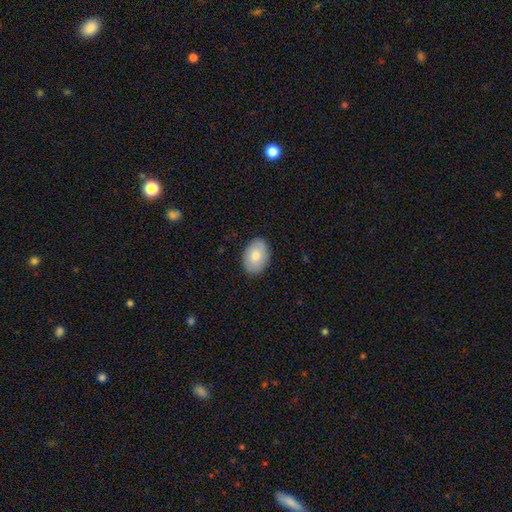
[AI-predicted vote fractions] smooth-or-featured: smooth: 80% | featured or disk: 13% | star or artifact: 6%
  how-rounded: in between: 84% | round: 15% | cigar-shaped: 1%
  merging: none: 87% | minor disturbance: 10% | major disturbance: 2% | merger: 1%